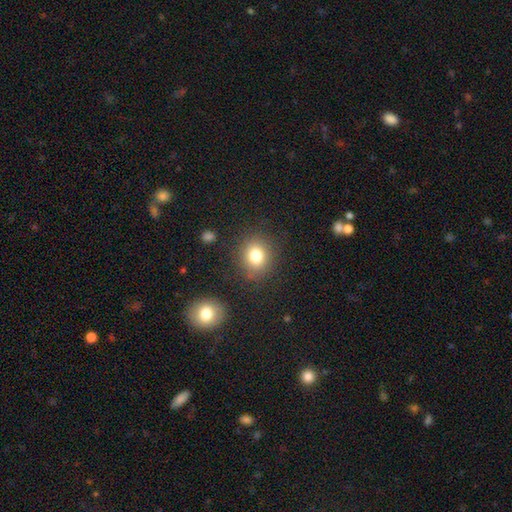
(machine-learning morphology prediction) Smooth or featured: smooth — 79% (star or artifact — 12%)
How rounded: round — 74% (in between — 25%)
Merging: none — 83% (minor disturbance — 10%)